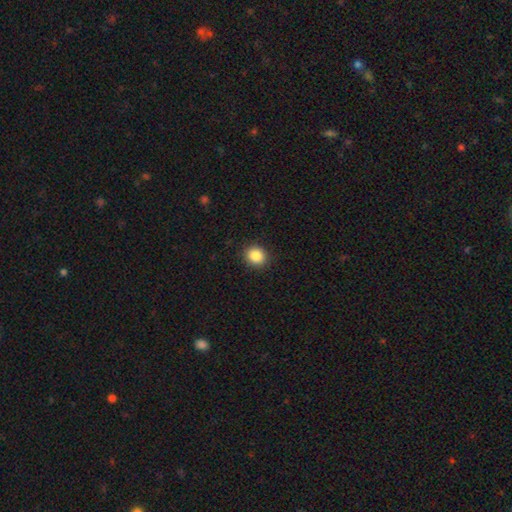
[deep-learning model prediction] A smooth galaxy with no disk features (87%) that is round (80%).

Vote fractions:
- Smooth or featured? smooth: 87% / star or artifact: 9% / featured or disk: 4%
- How rounded? round: 80% / in between: 19% / cigar-shaped: 1%
- Merging? none: 91% / minor disturbance: 6% / major disturbance: 2% / merger: 1%